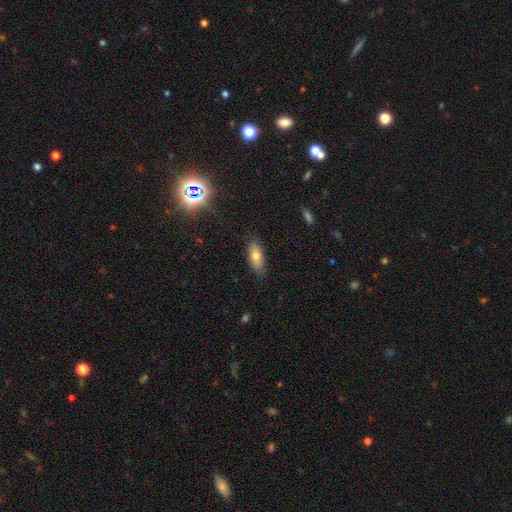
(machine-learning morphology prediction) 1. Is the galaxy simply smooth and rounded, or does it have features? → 74% smooth, 17% featured or disk, 9% star or artifact.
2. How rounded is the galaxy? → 76% in between, 21% cigar-shaped, 3% round.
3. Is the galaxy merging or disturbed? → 81% none, 15% minor disturbance, 3% major disturbance, 1% merger.